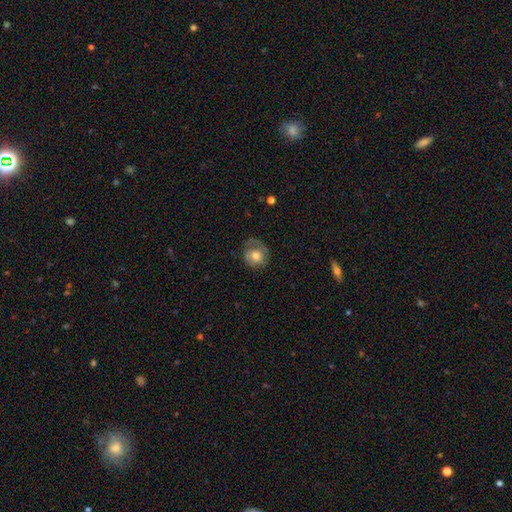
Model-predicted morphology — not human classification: The model was most divided on "smooth or featured": smooth: 55%, featured or disk: 37%, star or artifact: 8%. More confident: how rounded — round (76%); merging — none (57%).